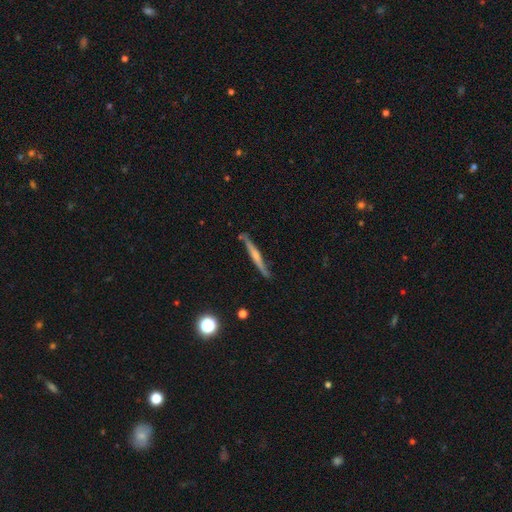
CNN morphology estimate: Smooth or featured: featured or disk — 61% (smooth — 32%)
Edge-on disk: yes — 93% (no — 7%)
Edge-on bulge: rounded — 46% (none — 39%)
Merging: none — 78% (minor disturbance — 16%)